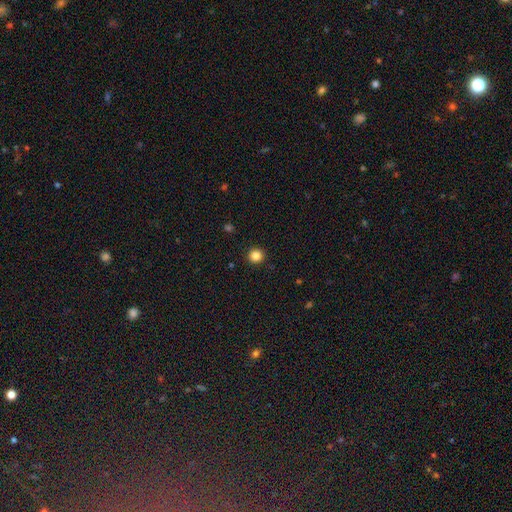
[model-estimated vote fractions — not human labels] A smooth galaxy with no disk features (85%) that is round (95%).

Vote fractions:
- Smooth or featured? smooth: 85% / star or artifact: 12% / featured or disk: 3%
- How rounded? round: 95% / in between: 5% / cigar-shaped: 1%
- Merging? none: 93% / minor disturbance: 4% / major disturbance: 2% / merger: 1%